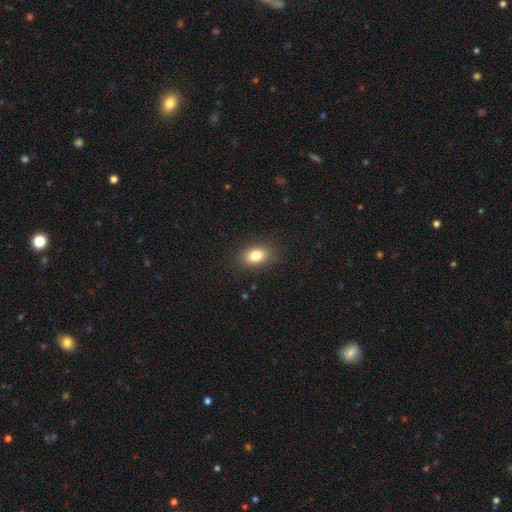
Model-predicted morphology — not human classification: Smooth or featured: smooth — 83% (star or artifact — 9%)
How rounded: in between — 82% (round — 16%)
Merging: none — 86% (minor disturbance — 10%)